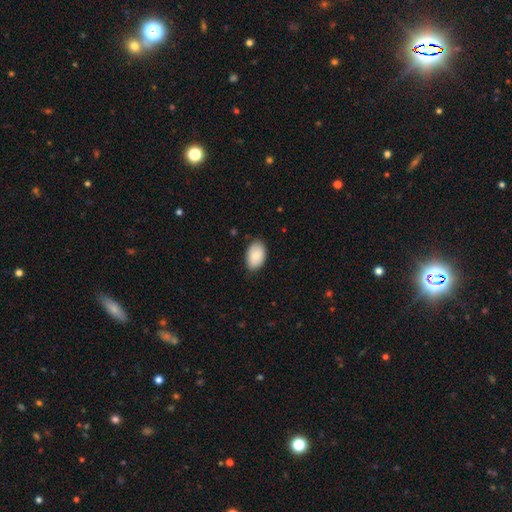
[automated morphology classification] Q: Smooth or featured?
A: smooth (87%); runner-up: featured or disk (7%)
Q: How rounded?
A: in between (93%); runner-up: round (6%)
Q: Merging?
A: none (81%); runner-up: minor disturbance (16%)